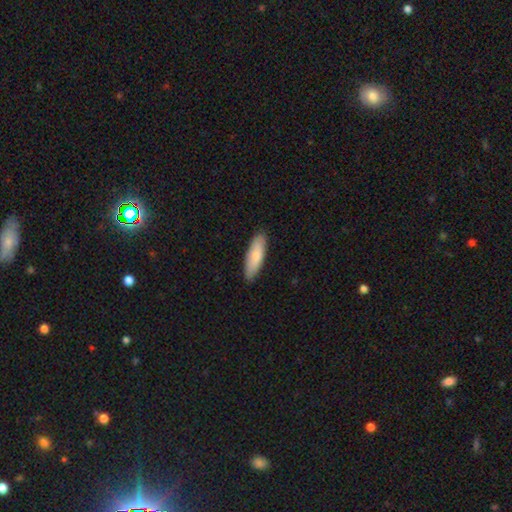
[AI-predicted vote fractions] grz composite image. It shows a smooth galaxy with no disk features (76%) that is in between round and cigar-shaped (52%). Merging: none (86%).